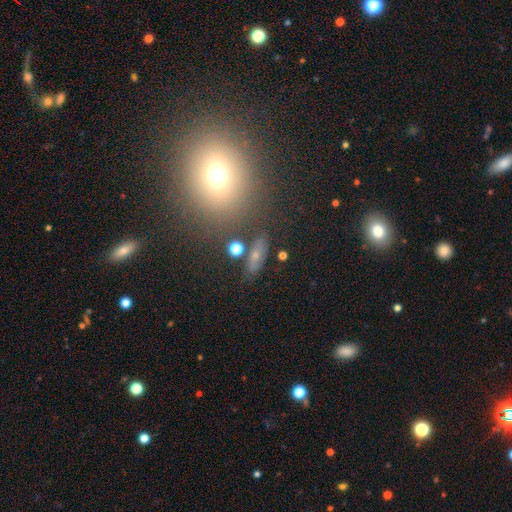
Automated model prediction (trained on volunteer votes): The model was most divided on "how rounded": in between: 60%, cigar-shaped: 25%, round: 14%. More confident: merging — none (77%); smooth or featured — smooth (60%).